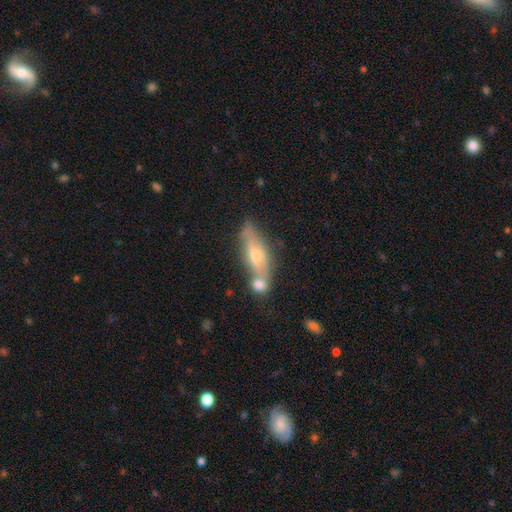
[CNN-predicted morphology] smooth_or_featured: featured or disk (p=0.56) [alt: smooth p=0.36]
disk_edge_on: yes (p=0.59) [alt: no p=0.41]
merging: none (p=0.48) [alt: merger p=0.30]